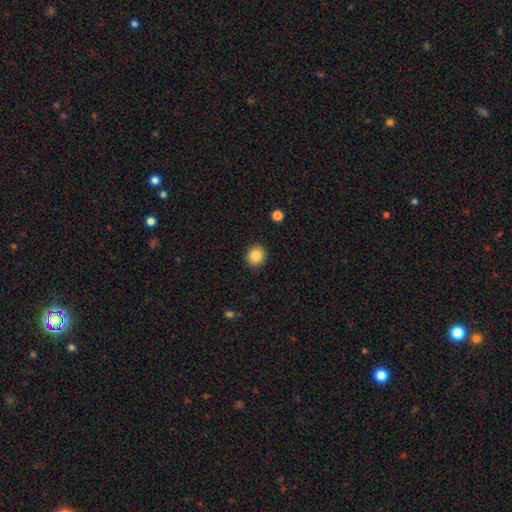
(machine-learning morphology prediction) Overall: smooth (86%). How rounded: round (81%). Merging: none (91%).